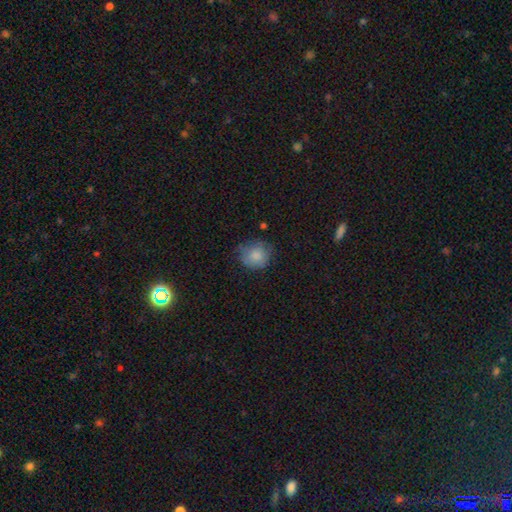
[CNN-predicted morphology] A smooth galaxy with no disk features (82%) that is round (85%).

Vote fractions:
- Smooth or featured? smooth: 82% / featured or disk: 10% / star or artifact: 8%
- How rounded? round: 85% / in between: 14% / cigar-shaped: 1%
- Merging? none: 66% / minor disturbance: 25% / major disturbance: 7% / merger: 2%